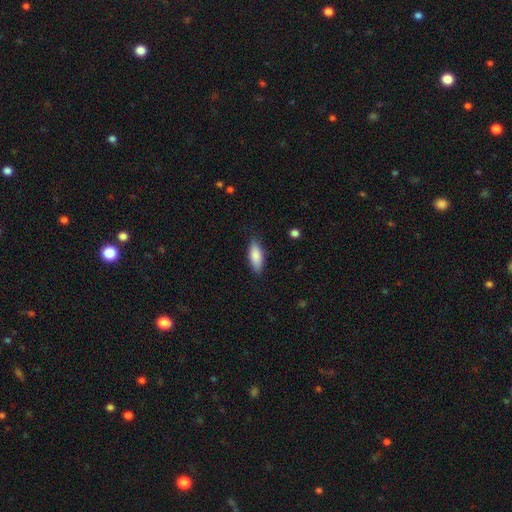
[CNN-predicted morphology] smooth_or_featured: smooth (p=0.86) [alt: featured or disk p=0.08]
how_rounded: in between (p=0.76) [alt: cigar-shaped p=0.22]
merging: none (p=0.84) [alt: minor disturbance p=0.12]